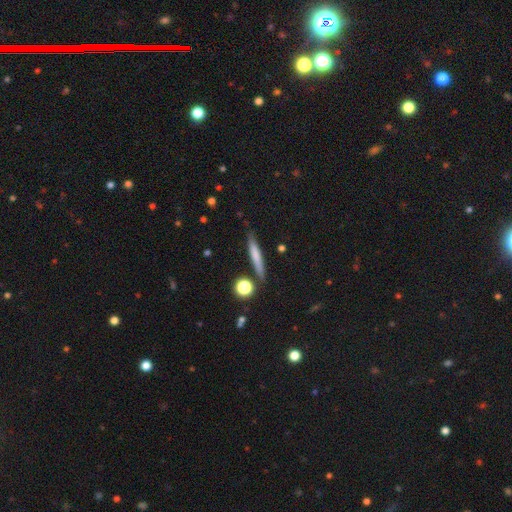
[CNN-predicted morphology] Overall: smooth (65%; featured or disk 28%). How rounded: cigar-shaped (92%). Merging: none (83%).